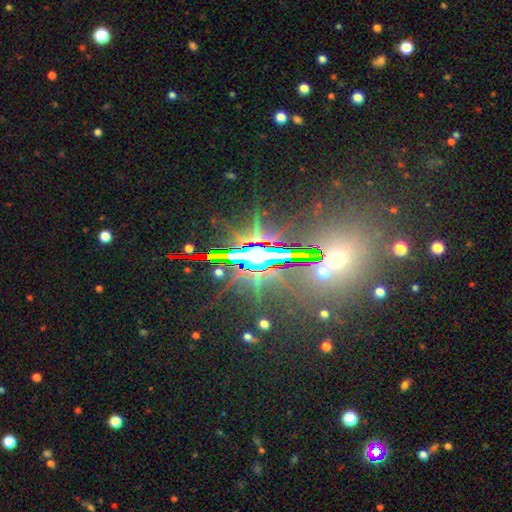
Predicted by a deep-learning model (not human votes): Morphology: type=star or artifact (80%).